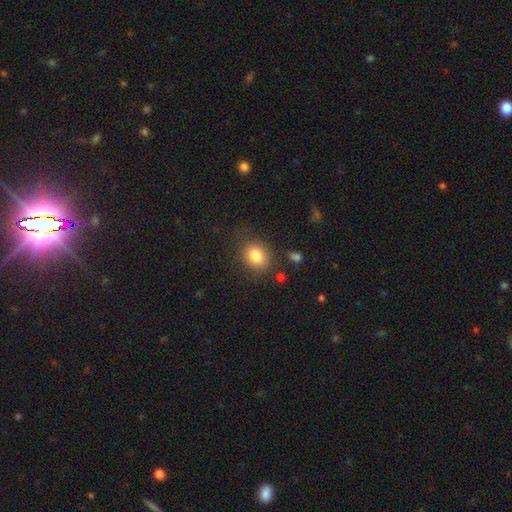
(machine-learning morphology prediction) Smooth or featured? smooth (83%)
How rounded? round (60%)
Merging? none (77%)